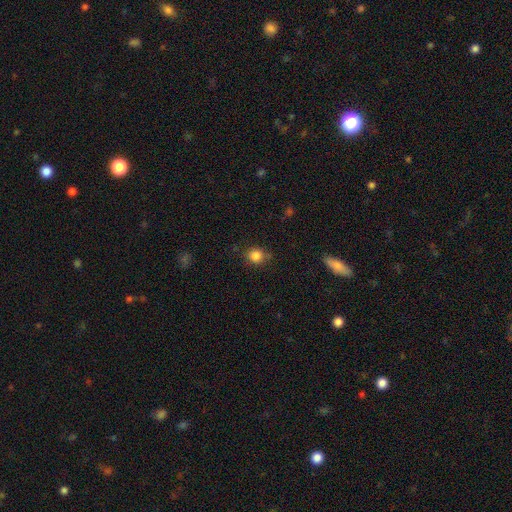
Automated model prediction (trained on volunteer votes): Overall: smooth (84%). How rounded: round (79%). Merging: none (78%).